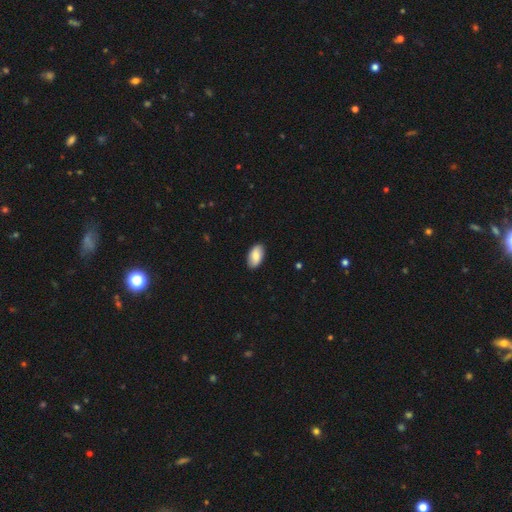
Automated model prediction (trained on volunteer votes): smooth_or_featured: smooth (p=0.82) [alt: featured or disk p=0.12]
how_rounded: in between (p=0.95) [alt: round p=0.03]
merging: none (p=0.88) [alt: minor disturbance p=0.09]